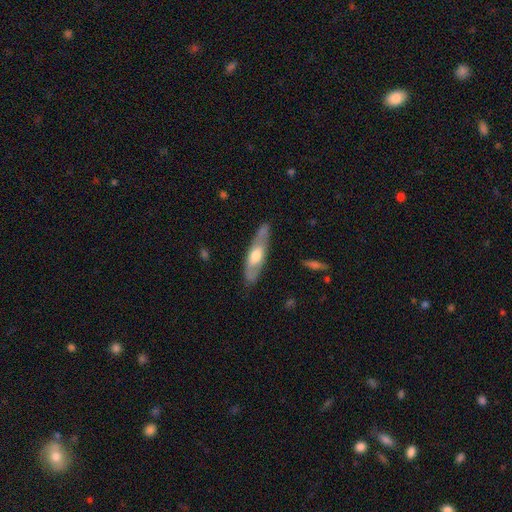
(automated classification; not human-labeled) A featured or disk galaxy (51%) viewed edge-on (53%). Merging: none (77%).